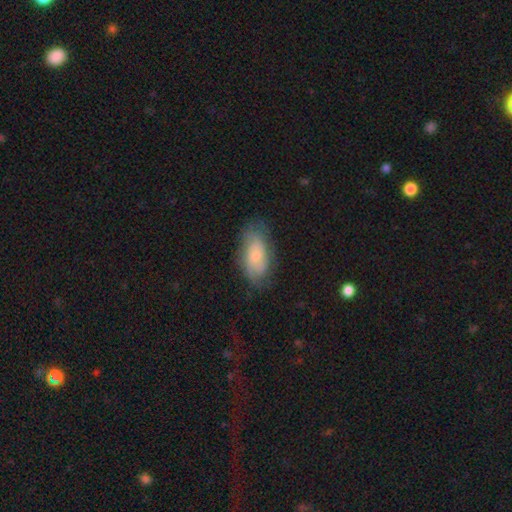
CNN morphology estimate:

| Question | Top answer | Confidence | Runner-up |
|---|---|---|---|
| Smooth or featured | smooth | 49% | featured or disk (44%) |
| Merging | none | 67% | minor disturbance (23%) |